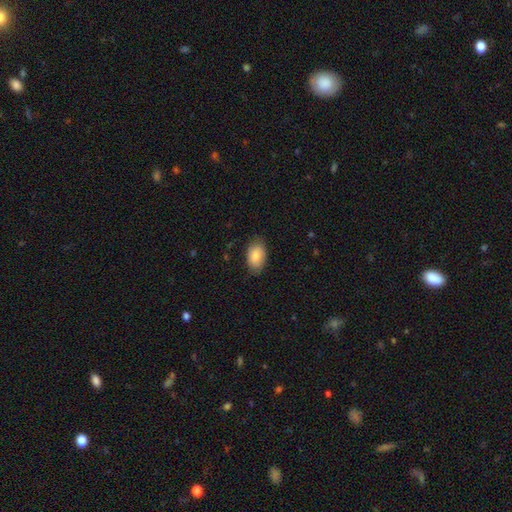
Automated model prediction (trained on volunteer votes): This appears to be a smooth galaxy with no disk features (83%) that is in between round and cigar-shaped (91%). Merging: none (80%).